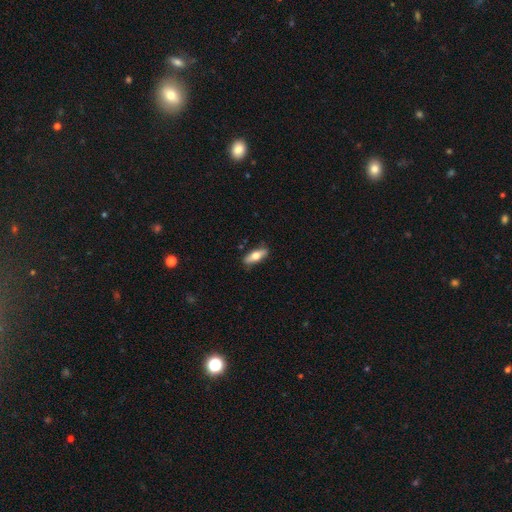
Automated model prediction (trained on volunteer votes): A smooth galaxy with no disk features (62%) that is in between round and cigar-shaped (61%). Merging: none (85%).